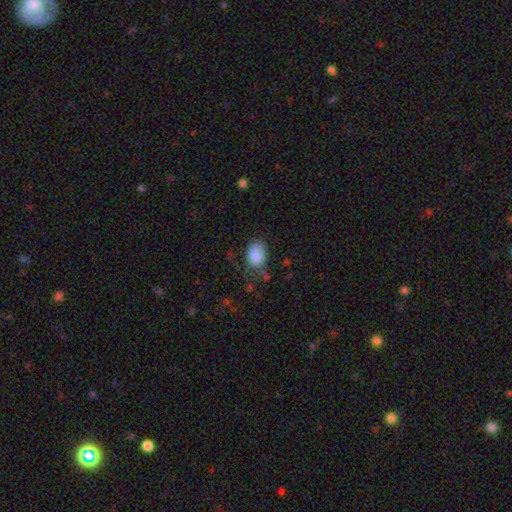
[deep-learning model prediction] This appears to be a smooth galaxy with no disk features (83%) that is in between round and cigar-shaped (79%). Merging: none (41%).